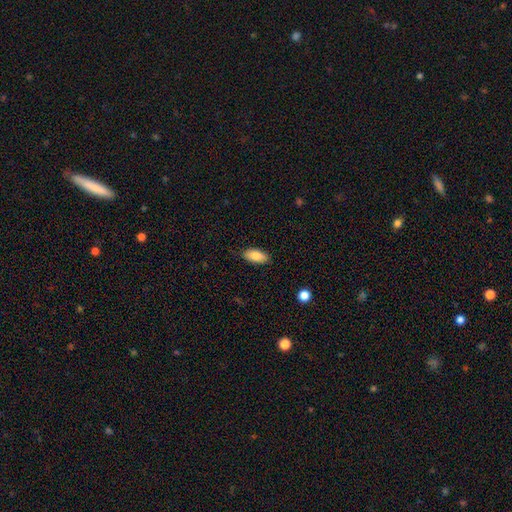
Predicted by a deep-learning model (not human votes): Smooth or featured?
  - smooth: 85% *
  - featured or disk: 8%
  - star or artifact: 7%
How rounded?
  - in between: 89% *
  - cigar-shaped: 8%
  - round: 2%
Merging?
  - none: 87% *
  - minor disturbance: 10%
  - major disturbance: 2%
  - merger: 1%